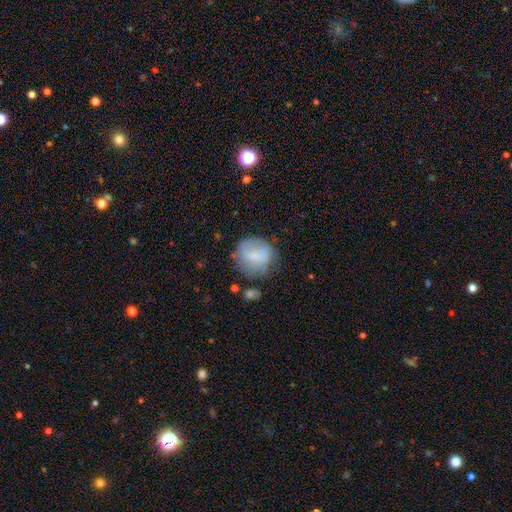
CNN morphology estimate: Overall: smooth (61%; featured or disk 30%). How rounded: round (81%). Merging: none (59%; minor disturbance 25%).